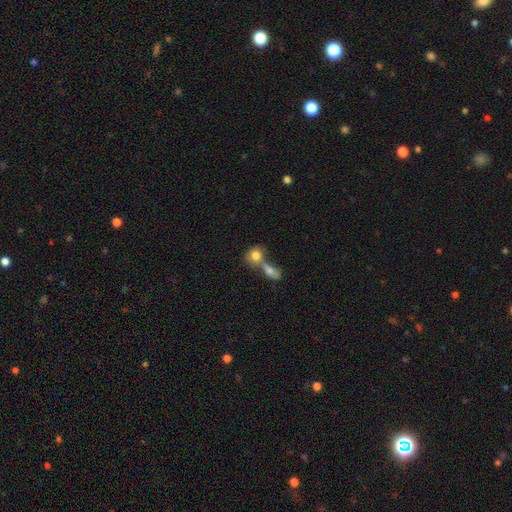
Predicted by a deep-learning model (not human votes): Smooth or featured?
  - smooth: 77% *
  - featured or disk: 15%
  - star or artifact: 8%
How rounded?
  - round: 55% *
  - in between: 42%
  - cigar-shaped: 3%
Merging?
  - merger: 63% *
  - none: 25%
  - minor disturbance: 8%
  - major disturbance: 5%